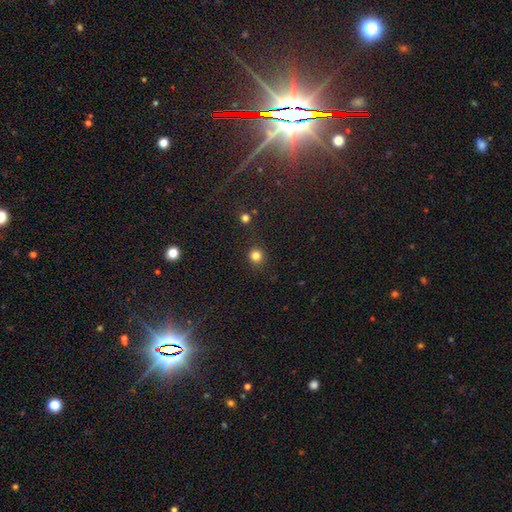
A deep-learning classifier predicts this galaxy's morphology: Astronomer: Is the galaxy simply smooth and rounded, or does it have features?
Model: smooth — 81%.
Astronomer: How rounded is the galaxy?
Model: round — 93%.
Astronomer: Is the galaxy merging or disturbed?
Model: none — 89%.